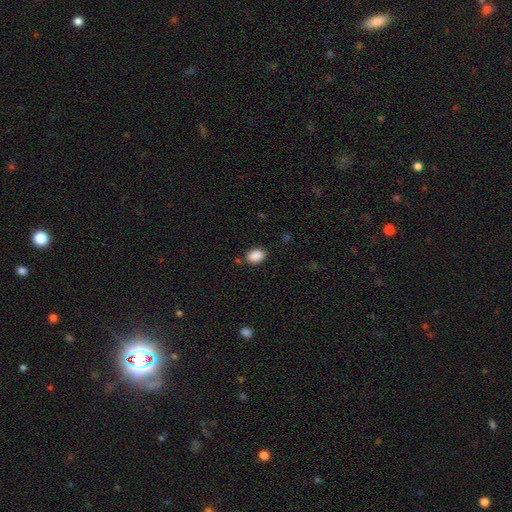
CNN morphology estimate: This appears to be a smooth galaxy with no disk features (89%) that is in between round and cigar-shaped (84%). Merging: none (82%).